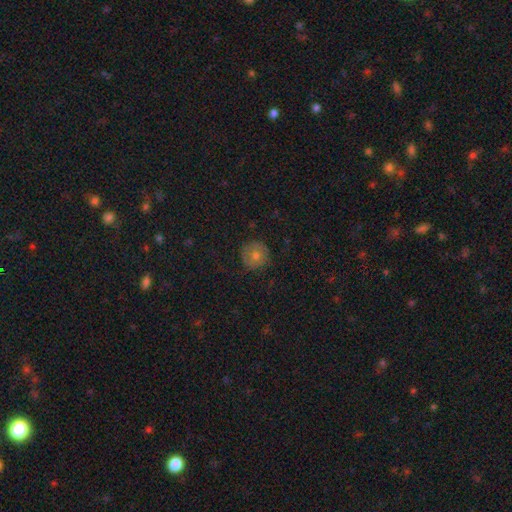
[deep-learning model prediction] Smooth or featured? smooth (62%)
How rounded? round (94%)
Merging? none (85%)